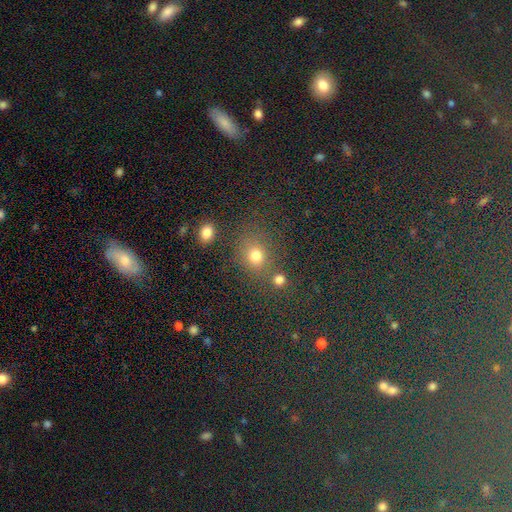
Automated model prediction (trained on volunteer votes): smooth 71%, star or artifact 21%, featured or disk 9%. Down the decision tree: how rounded — round (70%); merging — none (65%).